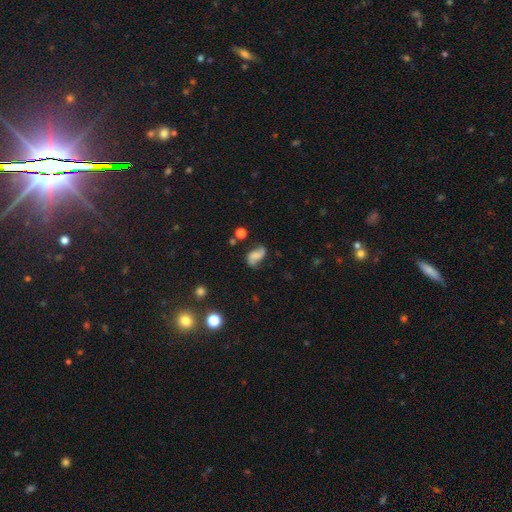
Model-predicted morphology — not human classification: featured or disk 59%, smooth 30%, star or artifact 11%. Down the decision tree: edge-on disk — no (97%); bar — no (54%); spiral arms — yes (90%); spiral arm count — 2 (89%); spiral winding — loose (67%); bulge size — none (58%); merging — none (61%).